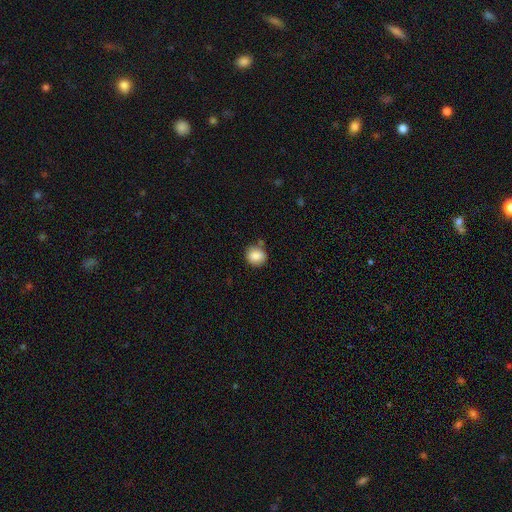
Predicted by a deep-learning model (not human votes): Smooth or featured? Predicted: smooth (p=0.87). How rounded? Predicted: round (p=0.78). Merging? Predicted: none (p=0.73).